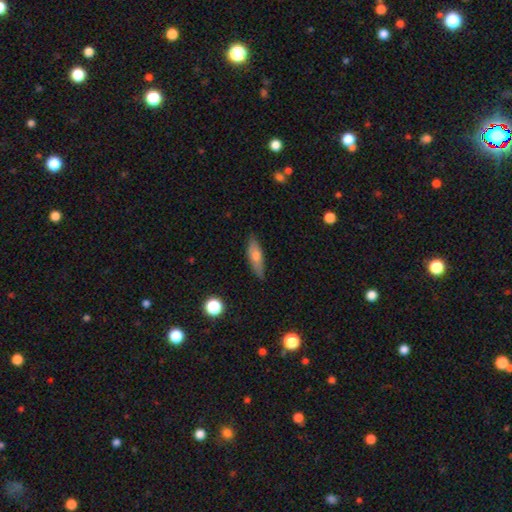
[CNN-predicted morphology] smooth 61%, featured or disk 31%, star or artifact 7%. Down the decision tree: how rounded — cigar-shaped (50%); merging — none (79%).